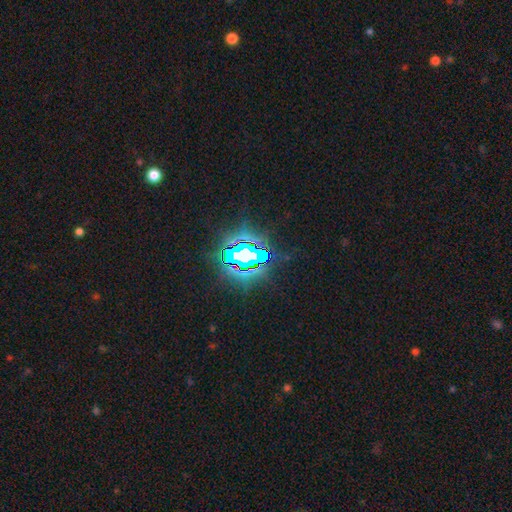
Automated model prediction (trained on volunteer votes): The model was most divided on "smooth or featured": star or artifact: 76%, smooth: 12%, featured or disk: 11%.